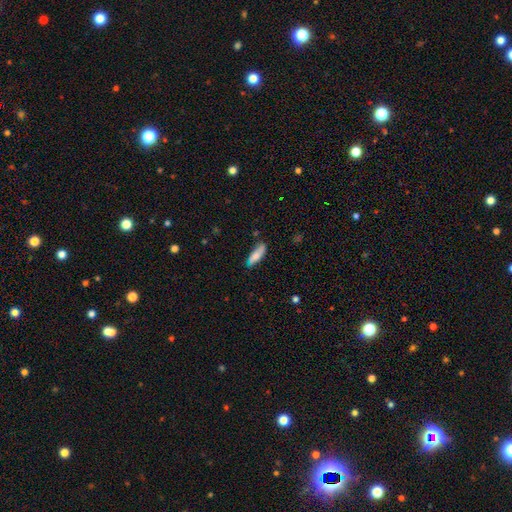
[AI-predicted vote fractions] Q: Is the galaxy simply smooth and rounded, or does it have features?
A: smooth — 76%.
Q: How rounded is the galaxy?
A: in between — 51%.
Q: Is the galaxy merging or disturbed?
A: none — 70%.